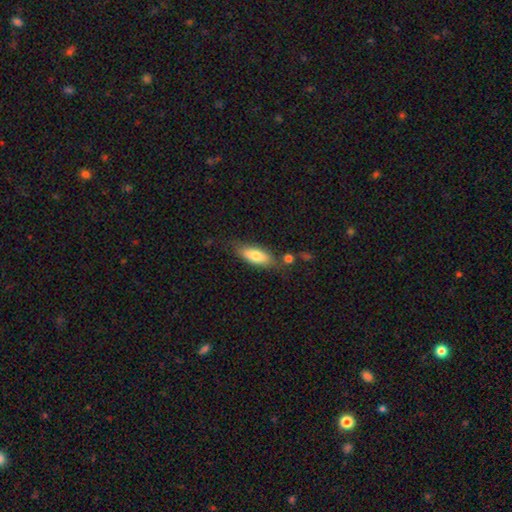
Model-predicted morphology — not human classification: Smooth or featured?
  - smooth: 75% *
  - featured or disk: 19%
  - star or artifact: 6%
How rounded?
  - in between: 71% *
  - cigar-shaped: 26%
  - round: 3%
Merging?
  - none: 67% *
  - minor disturbance: 20%
  - merger: 8%
  - major disturbance: 5%